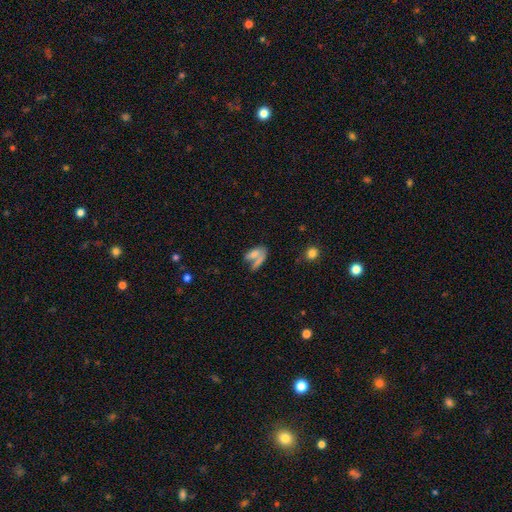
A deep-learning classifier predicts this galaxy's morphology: Smooth or featured?
  - smooth: 63% *
  - featured or disk: 25%
  - star or artifact: 12%
How rounded?
  - in between: 75% *
  - cigar-shaped: 15%
  - round: 10%
Merging?
  - merger: 42% *
  - none: 32%
  - major disturbance: 13%
  - minor disturbance: 13%